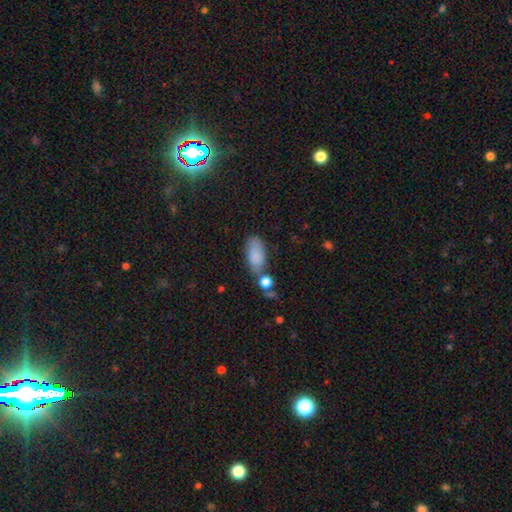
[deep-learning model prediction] smooth_or_featured: smooth (p=0.83) [alt: featured or disk p=0.09]
how_rounded: in between (p=0.90) [alt: cigar-shaped p=0.06]
merging: none (p=0.53) [alt: minor disturbance p=0.21]